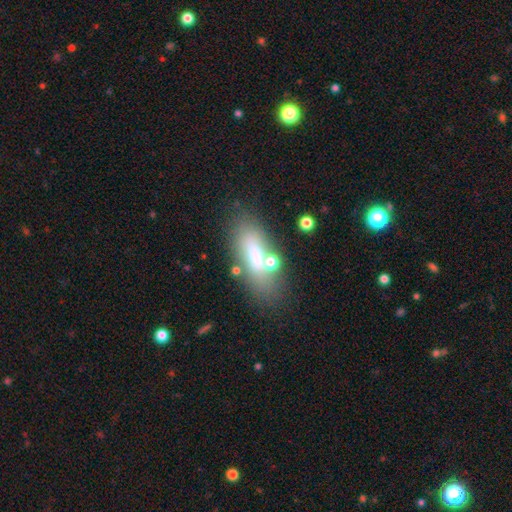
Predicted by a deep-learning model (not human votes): smooth-or-featured: smooth: 61% | featured or disk: 26% | star or artifact: 13%
  how-rounded: in between: 71% | cigar-shaped: 24% | round: 5%
  merging: none: 66% | minor disturbance: 14% | merger: 12% | major disturbance: 7%